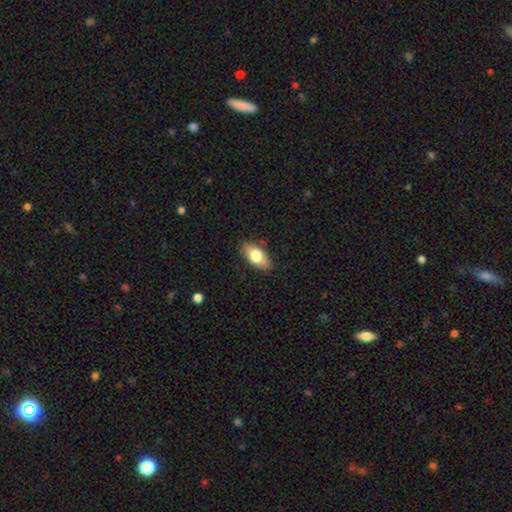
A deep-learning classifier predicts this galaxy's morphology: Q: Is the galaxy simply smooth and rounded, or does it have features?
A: smooth — 76%.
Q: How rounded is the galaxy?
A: in between — 91%.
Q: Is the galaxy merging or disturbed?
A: none — 84%.